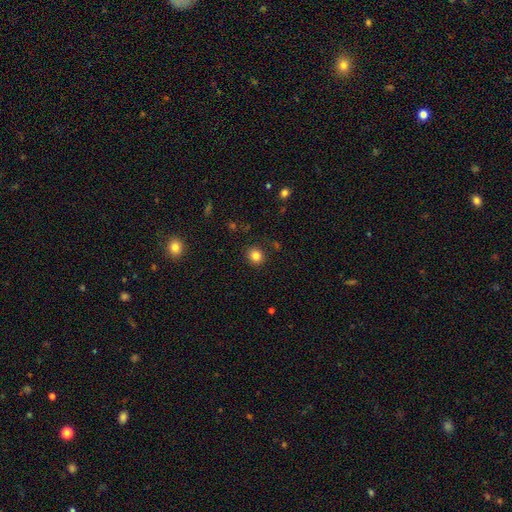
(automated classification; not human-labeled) Smooth or featured: smooth — 82% (star or artifact — 12%)
How rounded: round — 84% (in between — 15%)
Merging: none — 89% (minor disturbance — 7%)